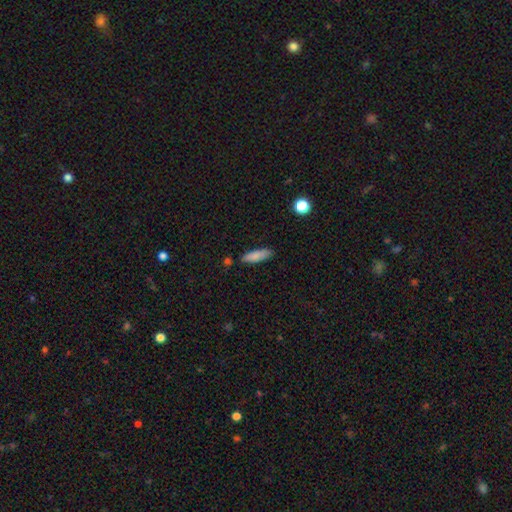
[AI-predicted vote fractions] This appears to be a smooth galaxy with no disk features (83%) that is cigar-shaped (57%). Merging: none (82%).